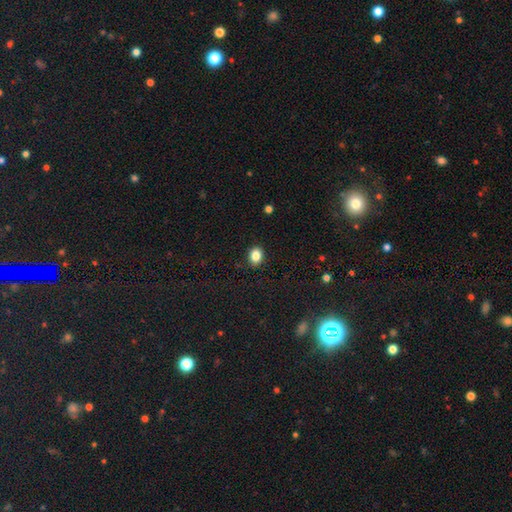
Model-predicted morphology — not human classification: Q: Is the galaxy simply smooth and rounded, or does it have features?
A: smooth — 86%.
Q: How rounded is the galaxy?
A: in between — 62%.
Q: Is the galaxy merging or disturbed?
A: none — 89%.